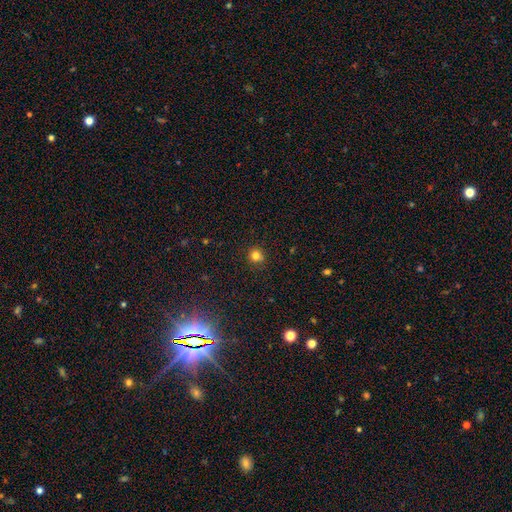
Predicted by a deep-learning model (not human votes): smooth_or_featured: smooth (p=0.80) [alt: star or artifact p=0.15]
how_rounded: round (p=0.90) [alt: in between p=0.09]
merging: none (p=0.87) [alt: minor disturbance p=0.08]